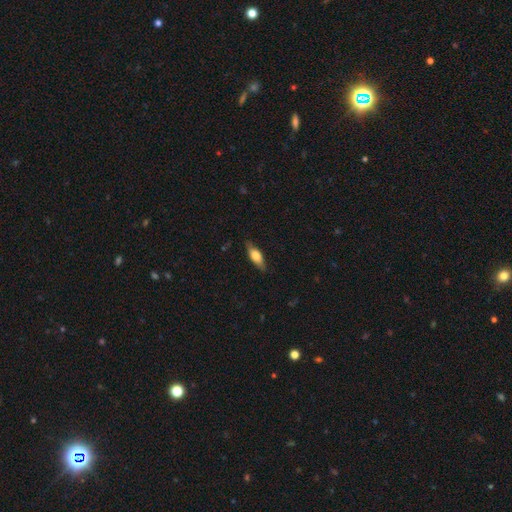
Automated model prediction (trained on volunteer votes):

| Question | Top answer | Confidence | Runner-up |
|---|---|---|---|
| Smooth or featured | smooth | 60% | featured or disk (34%) |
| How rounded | in between | 64% | cigar-shaped (33%) |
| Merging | none | 81% | minor disturbance (15%) |